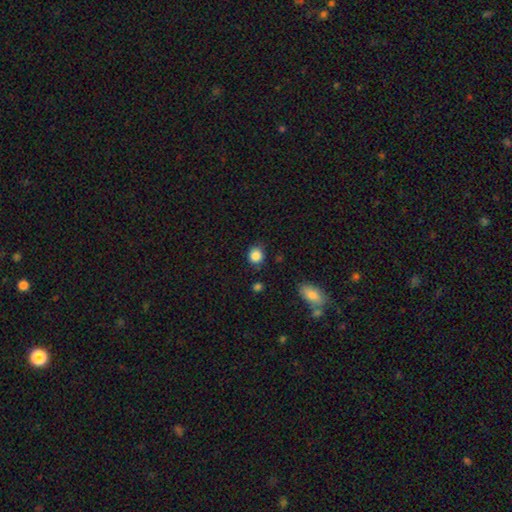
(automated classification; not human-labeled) Smooth or featured?
  - smooth: 86% *
  - star or artifact: 10%
  - featured or disk: 4%
How rounded?
  - round: 79% *
  - in between: 20%
  - cigar-shaped: 1%
Merging?
  - none: 81% *
  - minor disturbance: 14%
  - major disturbance: 3%
  - merger: 3%